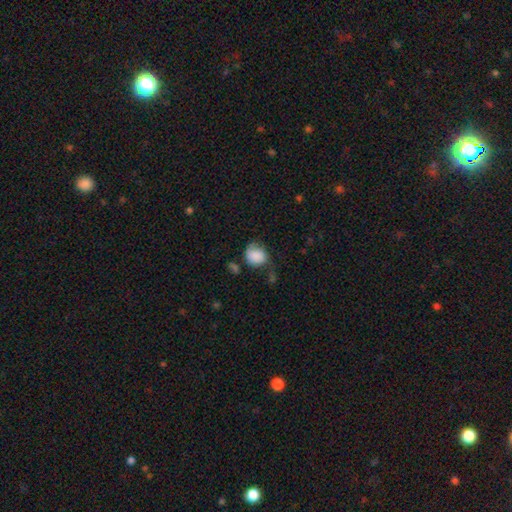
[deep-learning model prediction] Morphology: type=smooth (80%); roundness=round (68%); merging=none (44%).